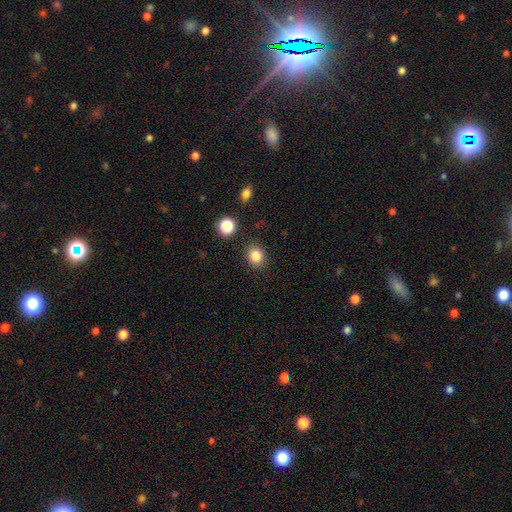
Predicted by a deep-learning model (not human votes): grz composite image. It shows a smooth galaxy with no disk features (84%) that is round (69%). Merging: none (86%).